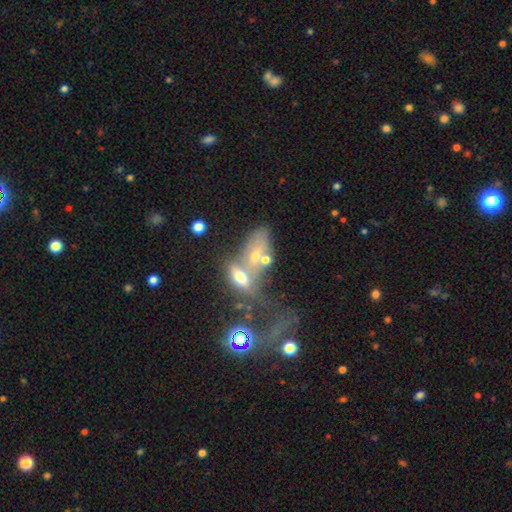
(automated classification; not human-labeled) Smooth or featured? Predicted: smooth (p=0.46). Merging? Predicted: merger (p=0.58).